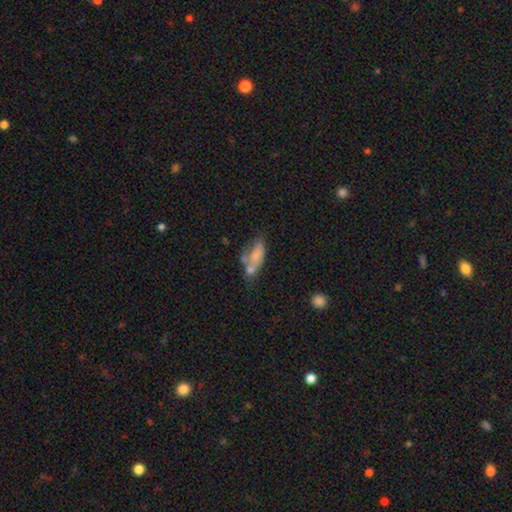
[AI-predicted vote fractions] Q: Smooth or featured?
A: smooth (64%); runner-up: featured or disk (27%)
Q: How rounded?
A: in between (84%); runner-up: cigar-shaped (12%)
Q: Merging?
A: merger (41%); runner-up: none (26%)